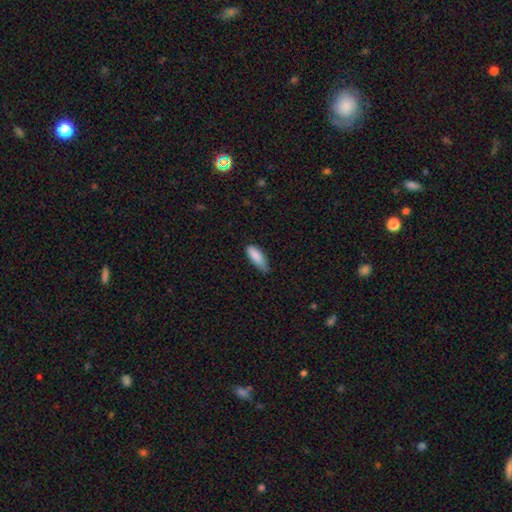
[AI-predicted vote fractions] This appears to be a smooth galaxy with no disk features (87%) that is in between round and cigar-shaped (71%). Merging: none (45%, tied with minor disturbance).